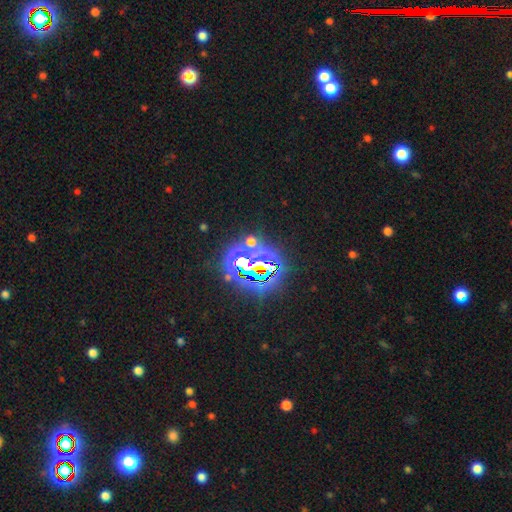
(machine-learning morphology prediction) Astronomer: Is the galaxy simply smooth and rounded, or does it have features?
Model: star or artifact — 79%.